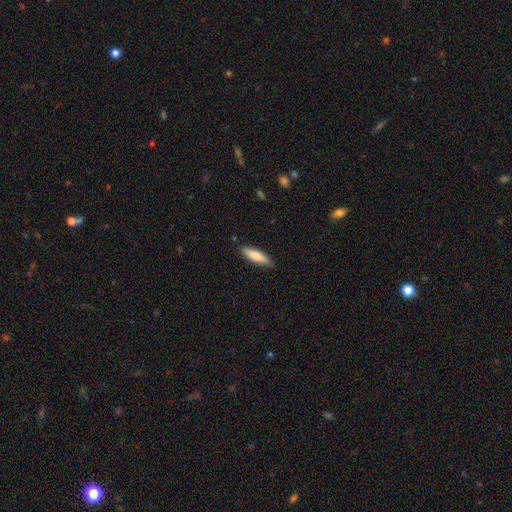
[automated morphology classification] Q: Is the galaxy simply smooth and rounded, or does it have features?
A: smooth — 80%.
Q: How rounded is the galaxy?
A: cigar-shaped — 64%.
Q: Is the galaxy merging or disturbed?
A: none — 85%.